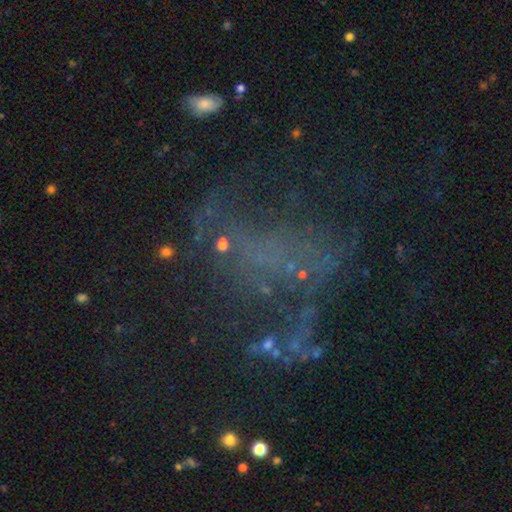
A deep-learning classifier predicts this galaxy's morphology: A featured or disk galaxy (43%).

Vote fractions:
- Smooth or featured? featured or disk: 43% / star or artifact: 36% / smooth: 21%
- Merging? none: 41% / major disturbance: 35% / minor disturbance: 15% / merger: 10%